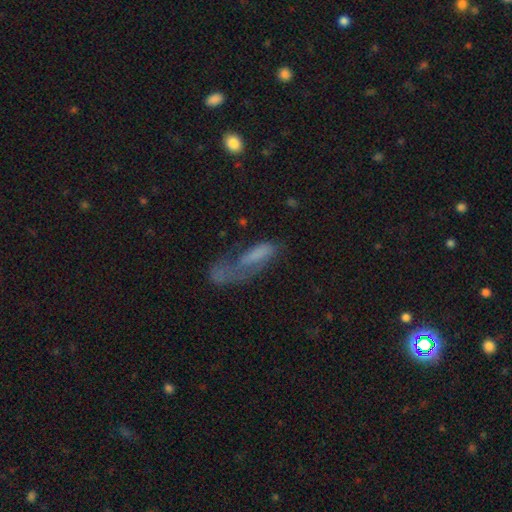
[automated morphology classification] Q: Smooth or featured?
A: smooth (54%); runner-up: featured or disk (34%)
Q: How rounded?
A: in between (55%); runner-up: cigar-shaped (41%)
Q: Merging?
A: major disturbance (52%); runner-up: none (22%)